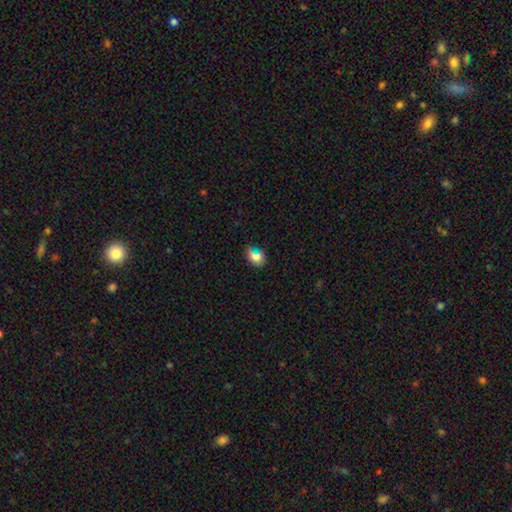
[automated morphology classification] Smooth or featured? Predicted: smooth (p=0.73). How rounded? Predicted: in between (p=0.53). Merging? Predicted: none (p=0.60).